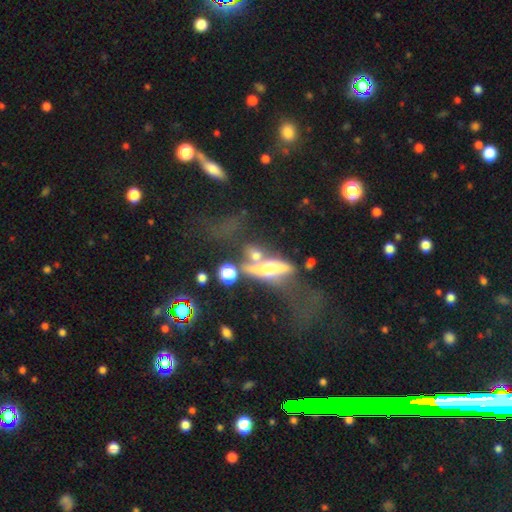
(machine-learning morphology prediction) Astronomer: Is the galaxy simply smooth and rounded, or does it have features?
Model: featured or disk — 51% (runner-up: smooth, 39%).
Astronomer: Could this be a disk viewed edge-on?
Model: yes — 58% (runner-up: no, 42%).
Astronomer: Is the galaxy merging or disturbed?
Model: merger — 46% (runner-up: none, 21%).